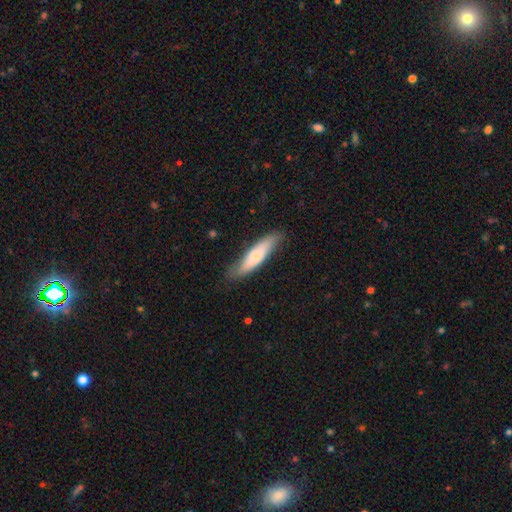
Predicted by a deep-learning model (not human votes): A smooth galaxy with no disk features (67%) that is cigar-shaped (72%). Merging: none (76%).